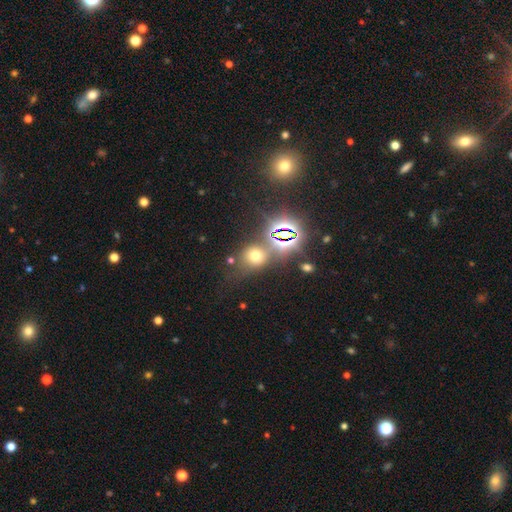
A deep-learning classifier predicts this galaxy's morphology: smooth-or-featured: smooth: 55% | star or artifact: 34% | featured or disk: 11%
  how-rounded: round: 66% | in between: 32% | cigar-shaped: 2%
  merging: none: 62% | merger: 15% | minor disturbance: 14% | major disturbance: 9%